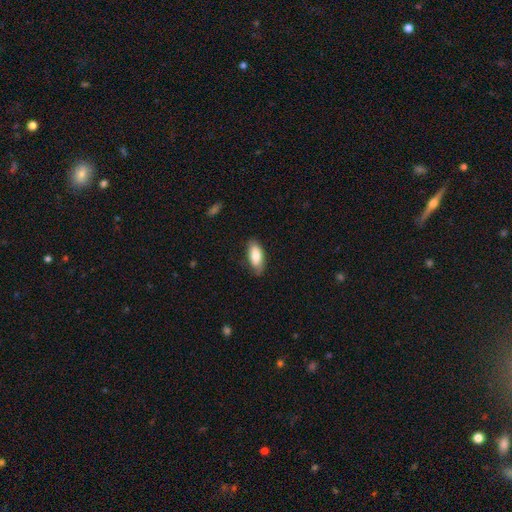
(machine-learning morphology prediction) Smooth or featured? Predicted: smooth (p=0.80). How rounded? Predicted: in between (p=0.85). Merging? Predicted: none (p=0.75).